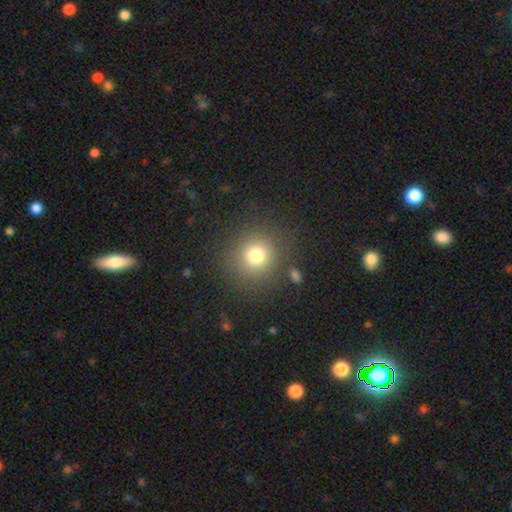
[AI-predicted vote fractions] A smooth galaxy with no disk features (76%) that is round (89%). Merging: none (85%).